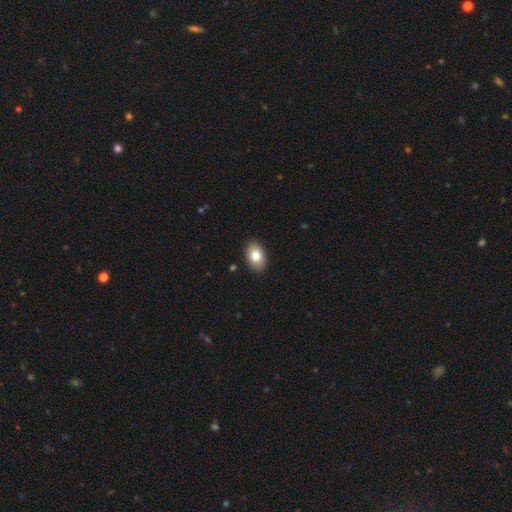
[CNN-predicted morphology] A smooth galaxy with no disk features (80%) that is in between round and cigar-shaped (85%). Merging: none (90%).